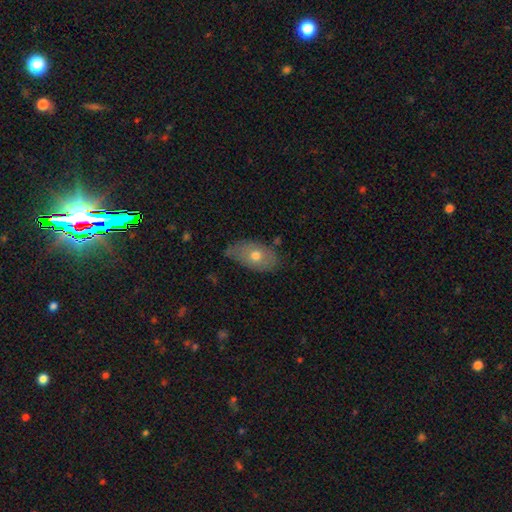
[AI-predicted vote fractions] Morphology: type=smooth (64%); roundness=in between (89%); merging=none (59%).